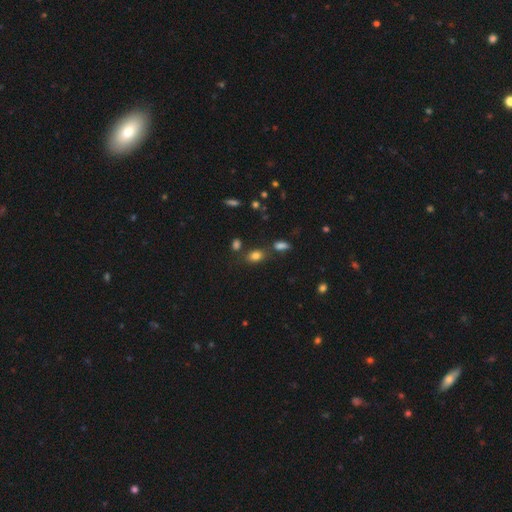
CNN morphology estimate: This appears to be a smooth galaxy with no disk features (80%) that is in between round and cigar-shaped (78%). Merging: none (71%).